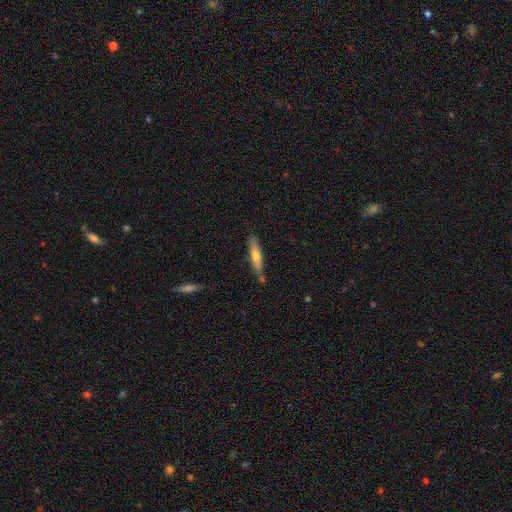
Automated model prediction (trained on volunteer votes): A smooth galaxy with no disk features (58%) that is cigar-shaped (87%).

Vote fractions:
- Smooth or featured? smooth: 58% / featured or disk: 36% / star or artifact: 6%
- How rounded? cigar-shaped: 87% / in between: 11% / round: 1%
- Merging? none: 79% / minor disturbance: 14% / merger: 5% / major disturbance: 2%